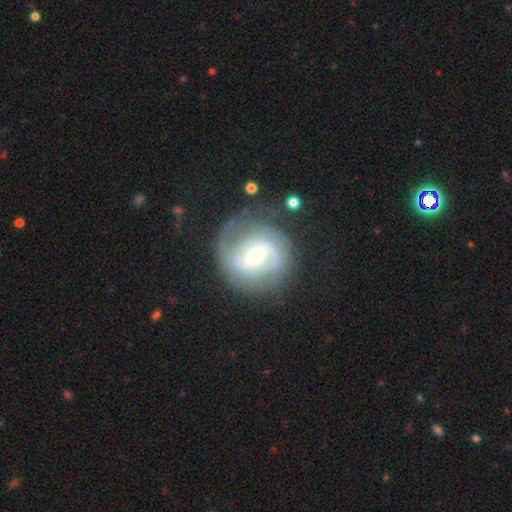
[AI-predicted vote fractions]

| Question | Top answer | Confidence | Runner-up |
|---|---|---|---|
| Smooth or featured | featured or disk | 81% | smooth (13%) |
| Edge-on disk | no | 97% | yes (3%) |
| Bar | weak | 46% | strong (34%) |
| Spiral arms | yes | 90% | no (10%) |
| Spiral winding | medium | 44% | tight (32%) |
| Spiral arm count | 2 | 73% | can't tell (13%) |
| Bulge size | small | 48% | moderate (46%) |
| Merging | none | 69% | minor disturbance (17%) |